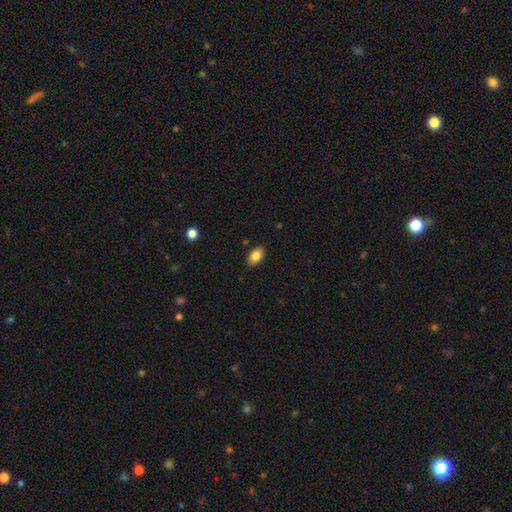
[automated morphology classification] smooth-or-featured: smooth: 84% | featured or disk: 8% | star or artifact: 8%
  how-rounded: in between: 90% | round: 7% | cigar-shaped: 2%
  merging: none: 86% | minor disturbance: 10% | major disturbance: 2% | merger: 1%